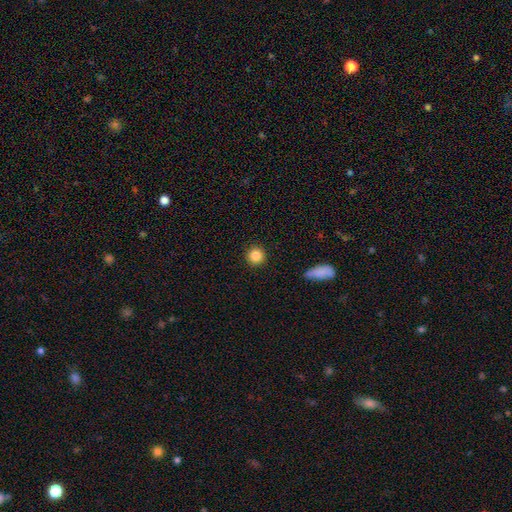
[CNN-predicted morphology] smooth 86%, star or artifact 10%, featured or disk 4%. Down the decision tree: how rounded — round (94%); merging — none (91%).